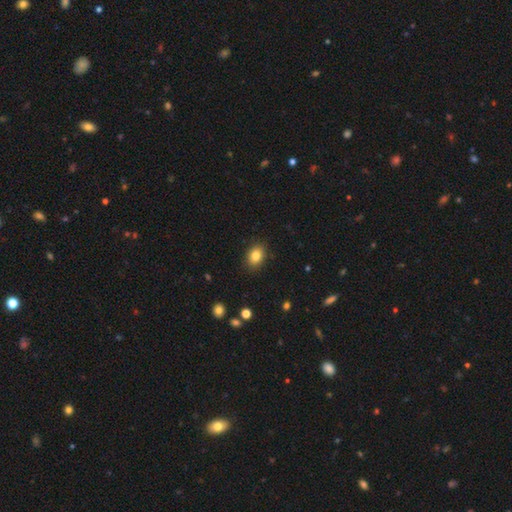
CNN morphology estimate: type=smooth (83%); roundness=in between (71%); merging=none (87%).